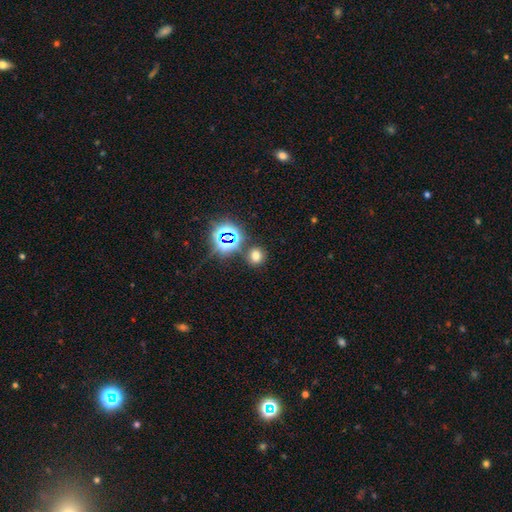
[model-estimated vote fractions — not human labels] This is likely a smooth galaxy (65%). How rounded: likely round (79%). Merging: clearly none (83%).